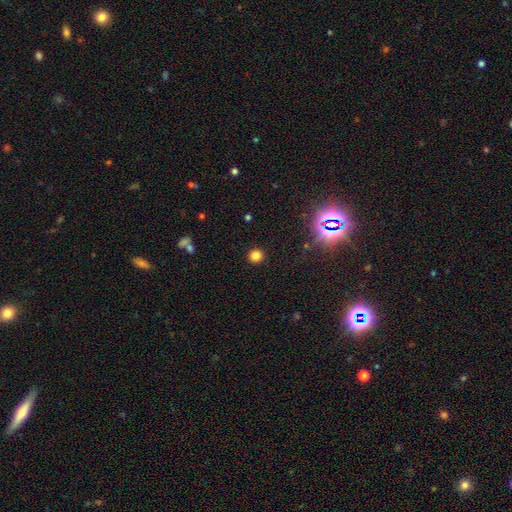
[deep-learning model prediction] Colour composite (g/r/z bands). It shows a smooth galaxy with no disk features (80%) that is round (93%). Merging: none (92%).